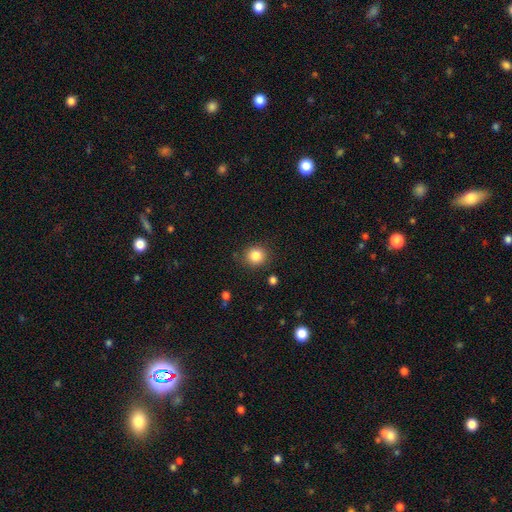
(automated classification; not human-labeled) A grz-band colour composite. It shows a smooth galaxy with no disk features (85%) that is round (86%). Merging: none (86%).